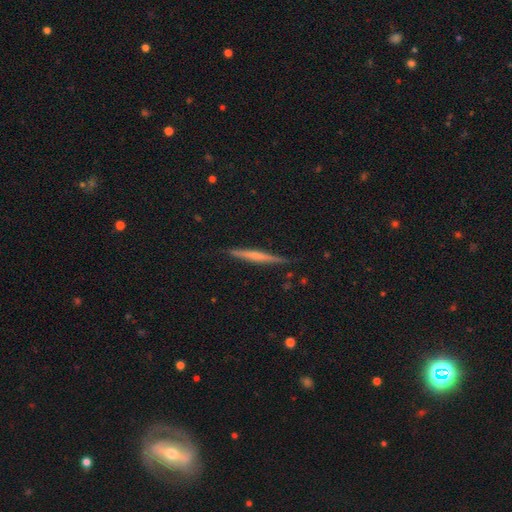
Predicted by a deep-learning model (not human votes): The model was most divided on "smooth or featured": featured or disk: 55%, smooth: 38%, star or artifact: 6%. More confident: edge-on disk — yes (97%); merging — none (87%); edge-on bulge — none (66%).